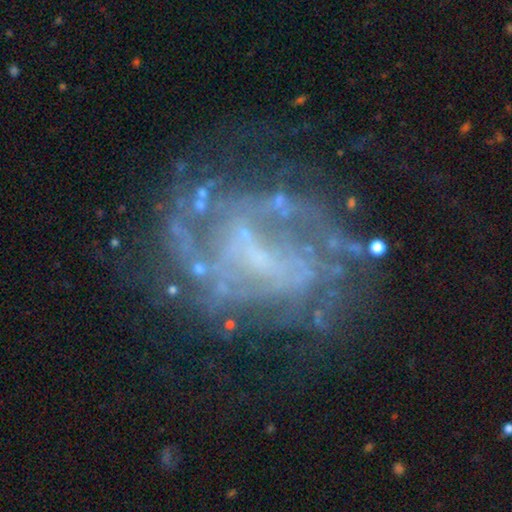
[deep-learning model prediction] smooth-or-featured: featured or disk: 82% | star or artifact: 10% | smooth: 8%
  disk-edge-on: no: 98% | yes: 2%
    bar: weak: 44% | no: 37% | strong: 19%
    has-spiral-arms: yes: 75% | no: 25%
      spiral-winding: medium: 41% | tight: 38% | loose: 21%
      spiral-arm-count: can't tell: 44% | 2: 26% | 3: 12% | 4: 7% | 1: 6% | more than 4: 5%
    bulge-size: small: 44% | none: 41% | moderate: 12% | large: 2% | dominant: 1%
  merging: none: 58% | major disturbance: 21% | minor disturbance: 18% | merger: 3%